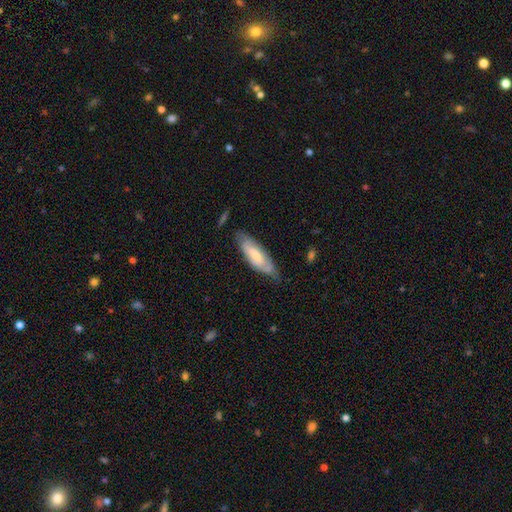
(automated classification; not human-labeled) Smooth or featured? smooth (53%)
How rounded? in between (54%)
Merging? none (61%)